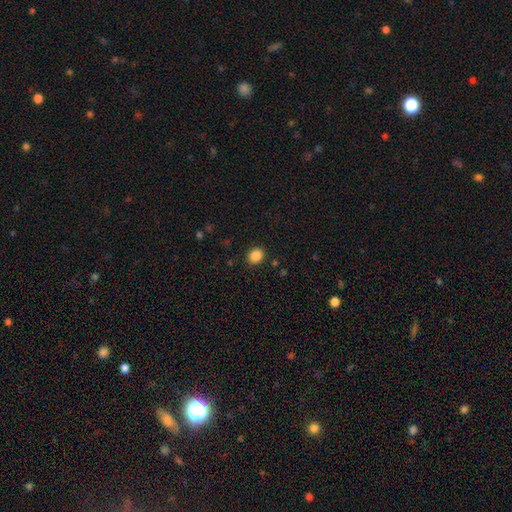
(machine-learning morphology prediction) A smooth galaxy with no disk features (86%) that is round (66%). Merging: none (90%).